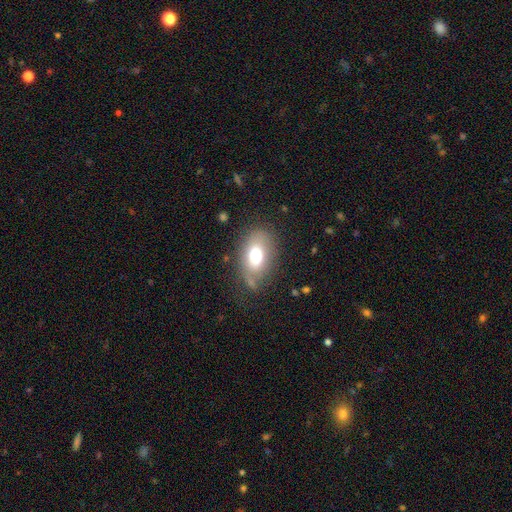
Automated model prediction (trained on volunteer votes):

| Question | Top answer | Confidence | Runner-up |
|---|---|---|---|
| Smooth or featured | smooth | 68% | featured or disk (22%) |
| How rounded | in between | 83% | round (15%) |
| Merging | none | 66% | minor disturbance (21%) |